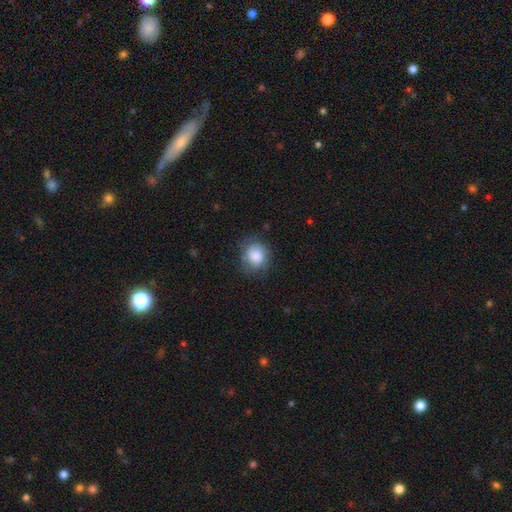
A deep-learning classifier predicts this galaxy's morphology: smooth-or-featured: smooth: 79% | featured or disk: 13% | star or artifact: 7%
  how-rounded: round: 73% | in between: 27% | cigar-shaped: 1%
  merging: none: 67% | minor disturbance: 23% | major disturbance: 9% | merger: 1%